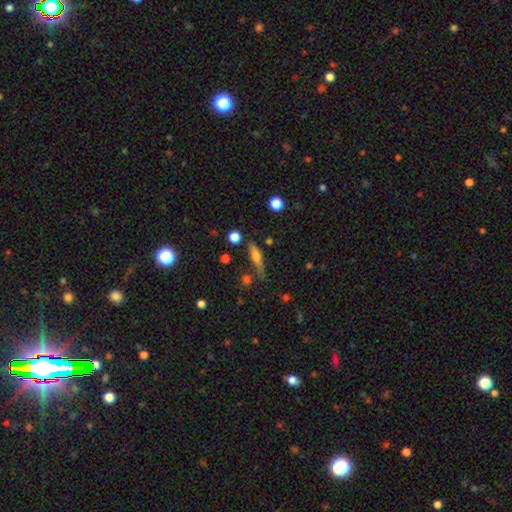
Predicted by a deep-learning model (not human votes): A smooth galaxy with no disk features (57%) that is cigar-shaped (74%). Merging: none (68%).